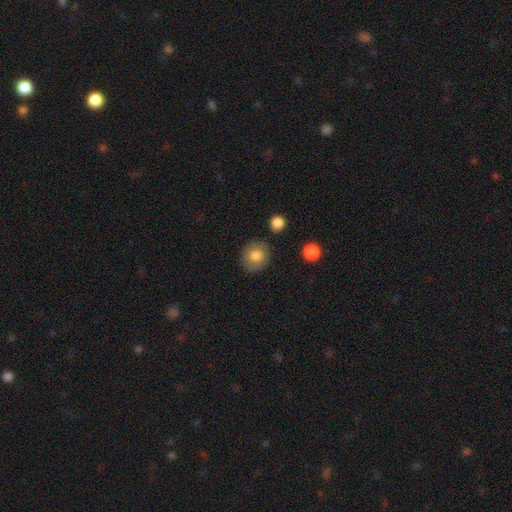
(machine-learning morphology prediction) smooth-or-featured: smooth: 80% | featured or disk: 12% | star or artifact: 8%
  how-rounded: round: 81% | in between: 18% | cigar-shaped: 1%
  merging: none: 84% | minor disturbance: 11% | major disturbance: 3% | merger: 3%